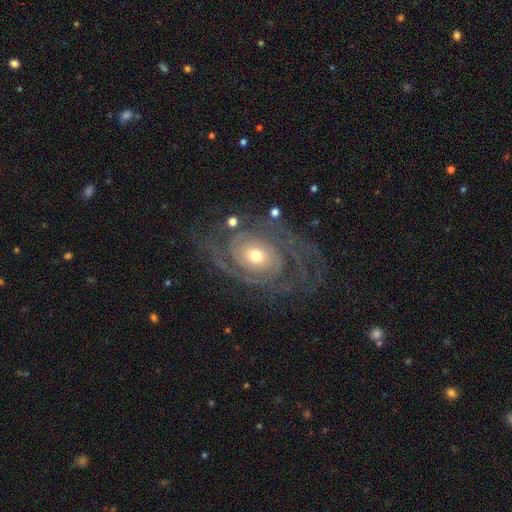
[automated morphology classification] Overall: featured or disk (89%). Edge-on disk: no (96%). Bar: no (77%). Spiral arms: yes (96%). Spiral arm count: 2 (36%; can't tell 23%). Spiral winding: tight (72%). Bulge size: moderate (58%; small 34%). Merging: none (69%).